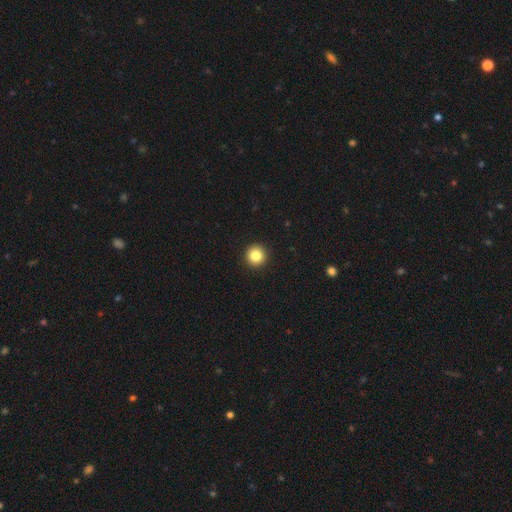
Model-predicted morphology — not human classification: A smooth galaxy with no disk features (84%) that is round (96%). Merging: none (94%).